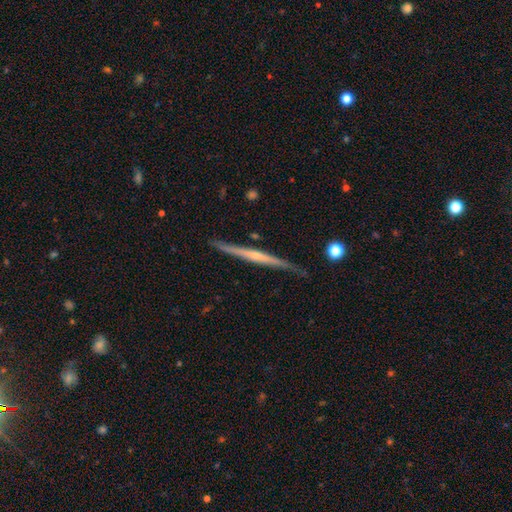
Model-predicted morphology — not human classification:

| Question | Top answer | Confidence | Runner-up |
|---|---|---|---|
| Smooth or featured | featured or disk | 73% | smooth (22%) |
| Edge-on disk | yes | 98% | no (2%) |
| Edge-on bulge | none | 49% | rounded (44%) |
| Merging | none | 84% | minor disturbance (12%) |